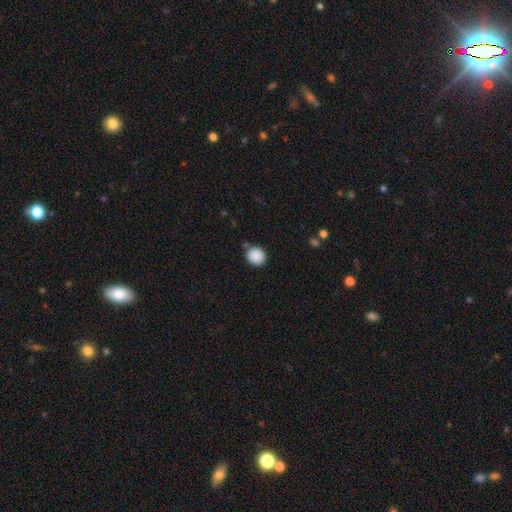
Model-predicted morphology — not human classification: type=smooth (89%); roundness=round (77%); merging=none (83%).